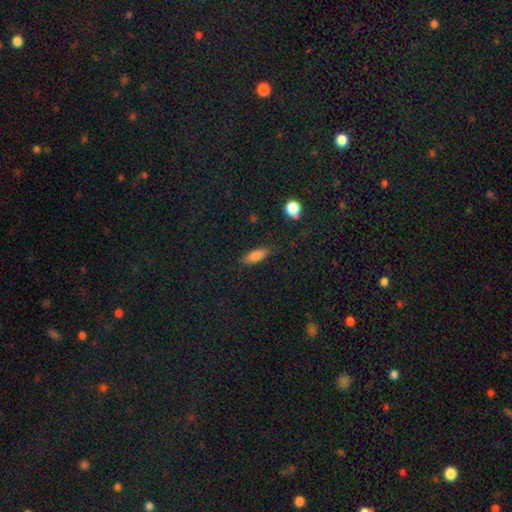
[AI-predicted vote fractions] A smooth galaxy with no disk features (78%) that is in between round and cigar-shaped (62%). Merging: none (82%).